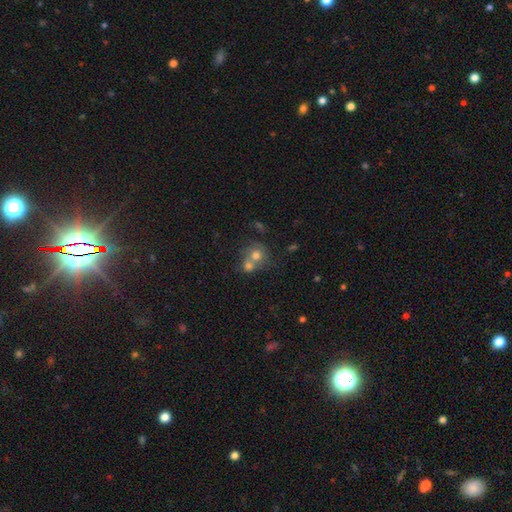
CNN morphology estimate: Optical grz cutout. It shows a smooth galaxy with no disk features (67%) that is round (77%). Merging: merger (60%).